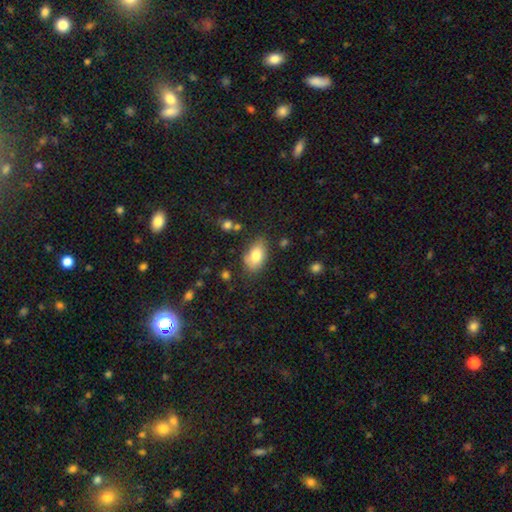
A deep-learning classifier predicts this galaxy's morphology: smooth-or-featured: smooth: 78% | featured or disk: 14% | star or artifact: 8%
  how-rounded: in between: 90% | round: 9% | cigar-shaped: 2%
  merging: none: 70% | minor disturbance: 21% | major disturbance: 5% | merger: 3%